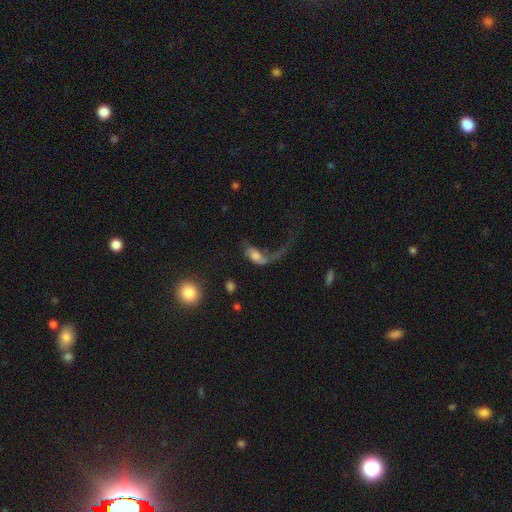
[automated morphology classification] Smooth or featured? featured or disk (47%)
Merging? major disturbance (60%)